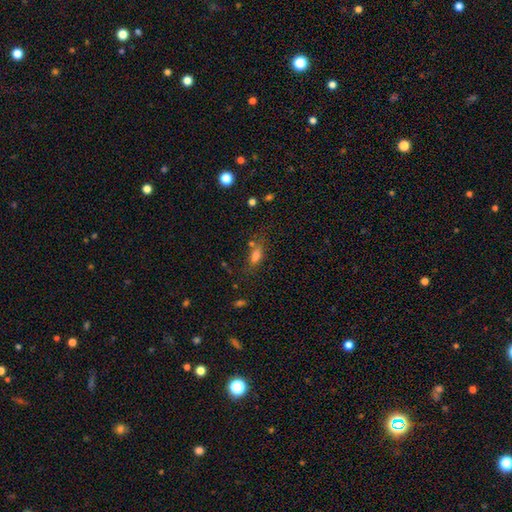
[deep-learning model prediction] smooth-or-featured: smooth: 71% | star or artifact: 15% | featured or disk: 14%
  how-rounded: in between: 72% | cigar-shaped: 18% | round: 10%
  merging: none: 54% | minor disturbance: 18% | merger: 18% | major disturbance: 10%